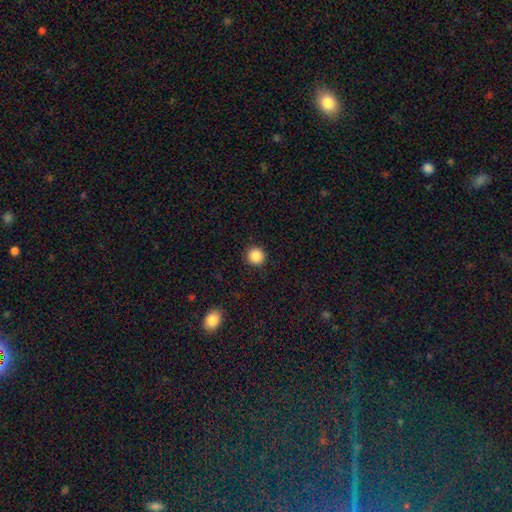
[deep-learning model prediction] Smooth or featured?
  - smooth: 87% *
  - star or artifact: 10%
  - featured or disk: 3%
How rounded?
  - round: 94% *
  - in between: 5%
  - cigar-shaped: 1%
Merging?
  - none: 91% *
  - minor disturbance: 6%
  - major disturbance: 2%
  - merger: 1%